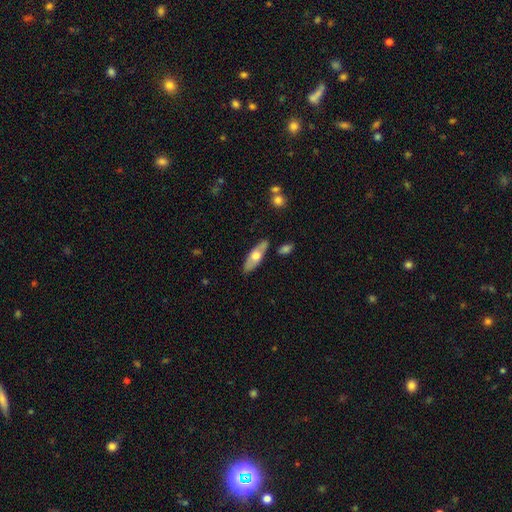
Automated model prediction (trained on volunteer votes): Morphology: type=smooth (53%); roundness=in between (61%); merging=none (81%).